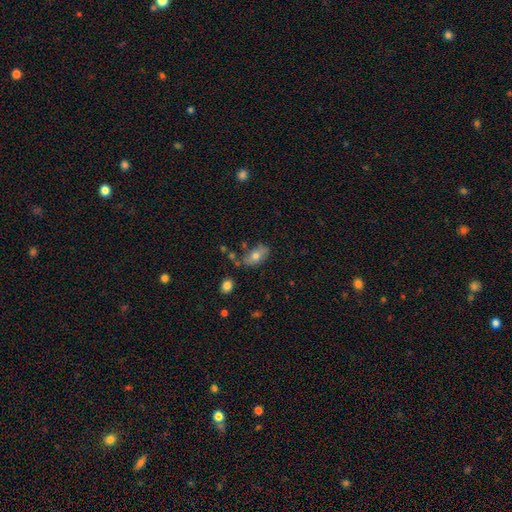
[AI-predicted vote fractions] Overall: smooth (69%). How rounded: in between (89%). Merging: none (63%).